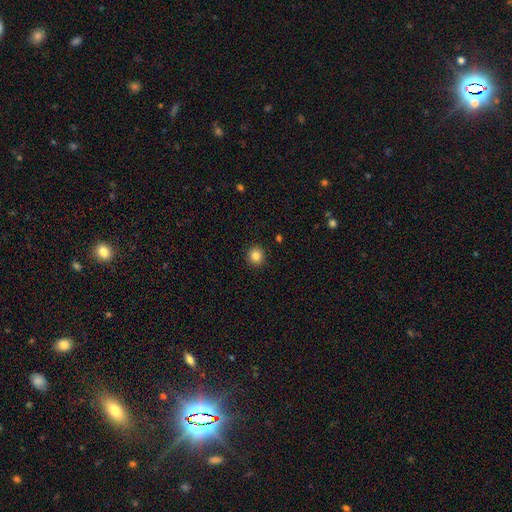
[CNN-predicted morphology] Q: Smooth or featured?
A: smooth (85%); runner-up: star or artifact (10%)
Q: How rounded?
A: round (90%); runner-up: in between (9%)
Q: Merging?
A: none (92%); runner-up: minor disturbance (6%)